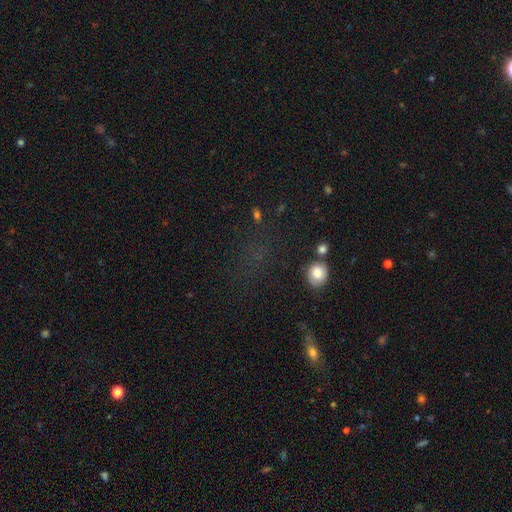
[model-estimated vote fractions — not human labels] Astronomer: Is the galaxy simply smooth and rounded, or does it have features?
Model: star or artifact — 48% (runner-up: smooth, 38%).